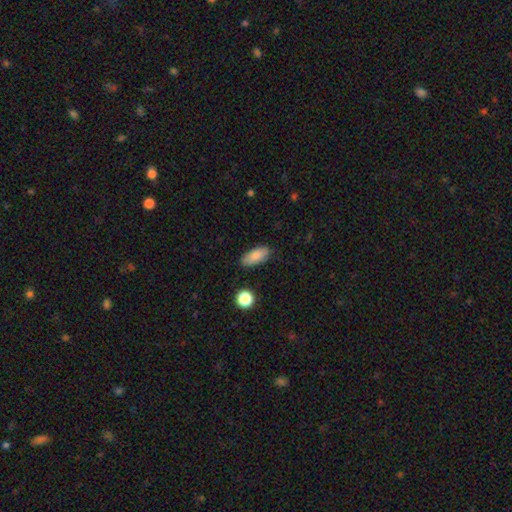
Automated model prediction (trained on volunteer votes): Smooth or featured: smooth — 84% (featured or disk — 9%)
How rounded: in between — 86% (cigar-shaped — 11%)
Merging: none — 84% (minor disturbance — 12%)